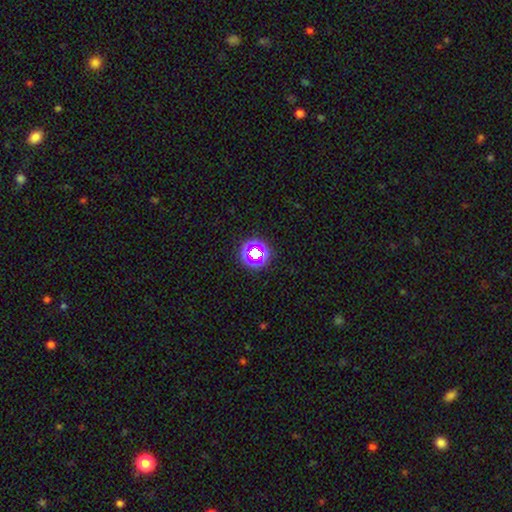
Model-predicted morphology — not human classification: Q: Smooth or featured?
A: star or artifact (52%); runner-up: smooth (35%)